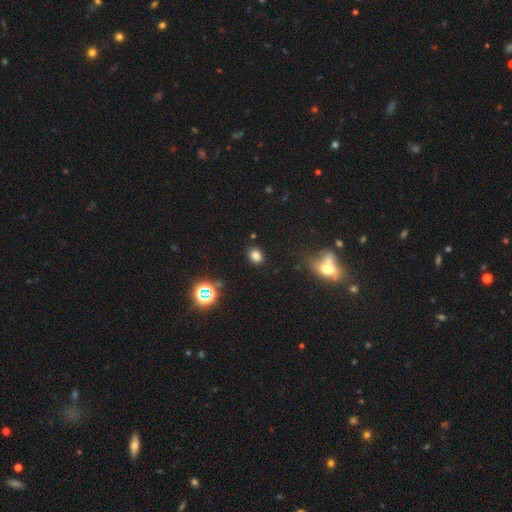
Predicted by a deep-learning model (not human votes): The model was most divided on "how rounded": in between: 62%, round: 37%, cigar-shaped: 1%. More confident: merging — none (86%); smooth or featured — smooth (77%).